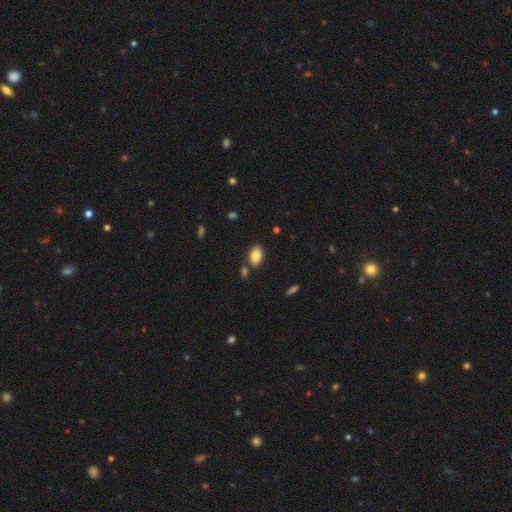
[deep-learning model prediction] Smooth or featured? Predicted: smooth (p=0.85). How rounded? Predicted: in between (p=0.93). Merging? Predicted: none (p=0.78).